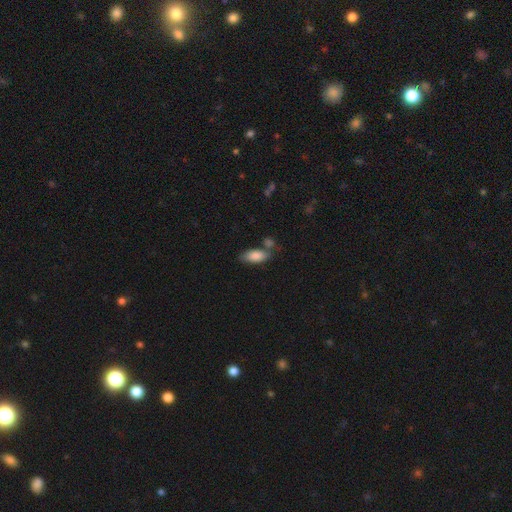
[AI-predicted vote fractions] Overall: smooth (84%). How rounded: in between (86%). Merging: none (62%).